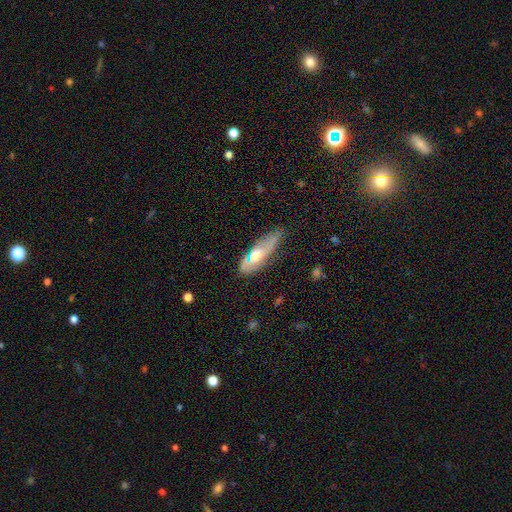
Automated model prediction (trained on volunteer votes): Overall: smooth (53%; featured or disk 40%). How rounded: cigar-shaped (49%; in between 48%). Merging: none (49%; minor disturbance 34%).